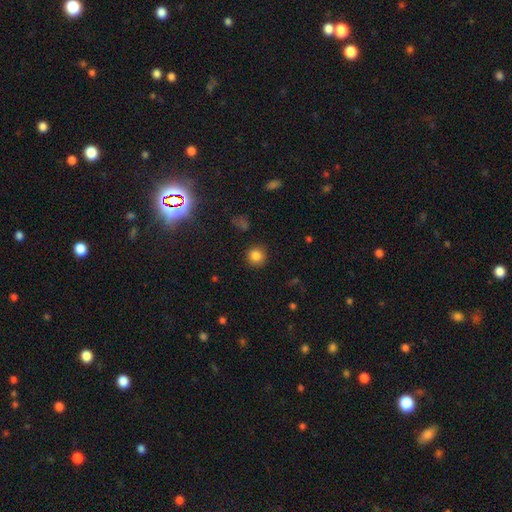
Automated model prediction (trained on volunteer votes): The model was most divided on "smooth or featured": smooth: 82%, star or artifact: 12%, featured or disk: 5%. More confident: how rounded — round (93%); merging — none (89%).